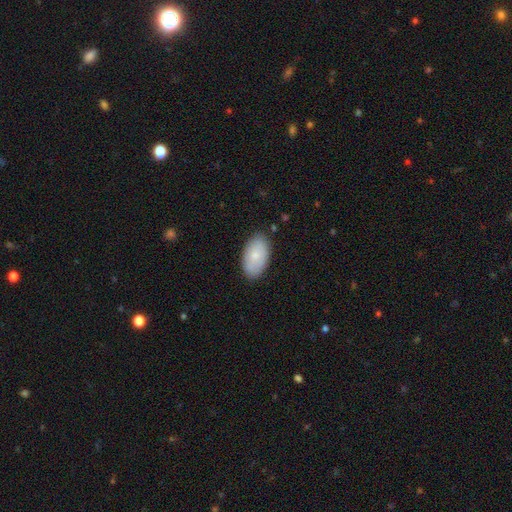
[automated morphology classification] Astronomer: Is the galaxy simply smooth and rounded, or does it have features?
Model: smooth — 77%.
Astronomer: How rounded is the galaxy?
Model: in between — 94%.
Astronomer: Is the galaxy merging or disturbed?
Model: none — 83%.